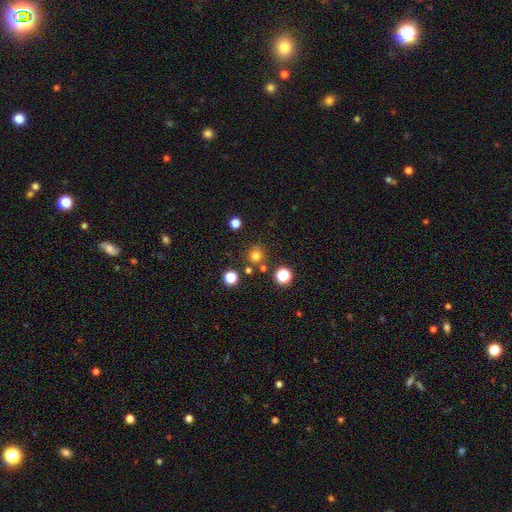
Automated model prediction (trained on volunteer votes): This is likely a smooth galaxy (75%). How rounded: clearly round (93%). Merging: clearly none (82%).